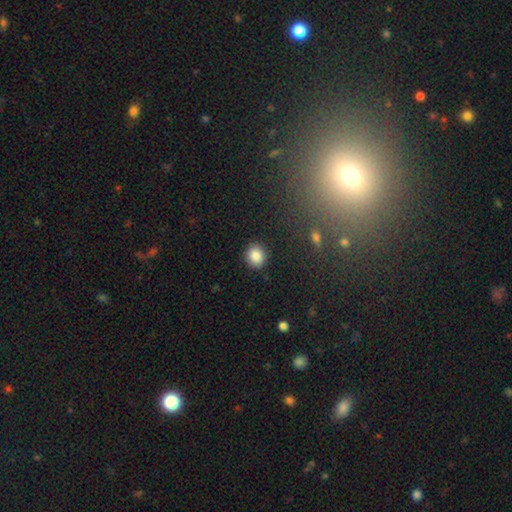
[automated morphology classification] Smooth or featured? Predicted: smooth (p=0.87). How rounded? Predicted: round (p=0.79). Merging? Predicted: none (p=0.89).